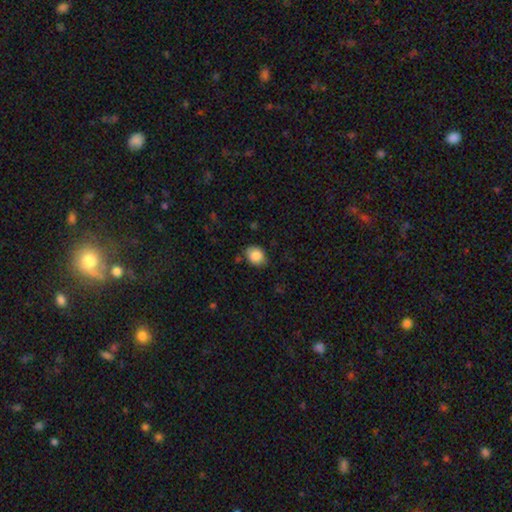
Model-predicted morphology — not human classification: smooth_or_featured: smooth (p=0.85) [alt: star or artifact p=0.08]
how_rounded: in between (p=0.58) [alt: round p=0.42]
merging: none (p=0.81) [alt: minor disturbance p=0.15]